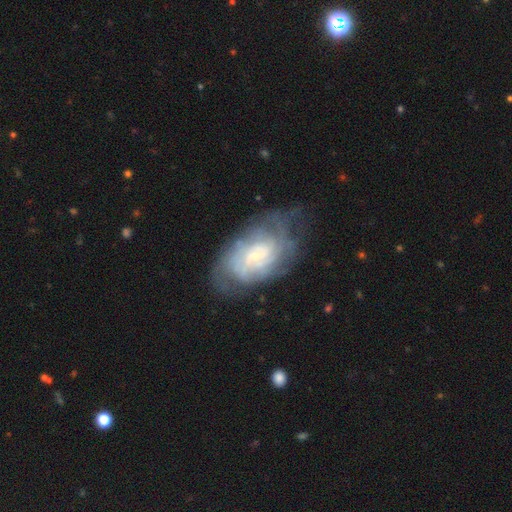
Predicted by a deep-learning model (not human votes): This is likely a featured or disk galaxy (74%). It is clearly not viewed edge-on (96%). Bar: possibly no (54%). Spiral arm pattern: clearly yes (86%). Spiral arm count: possibly can't tell (56%). Spiral winding: likely tight (62%). Central bulge: likely small (67%). Merging: likely none (61%).